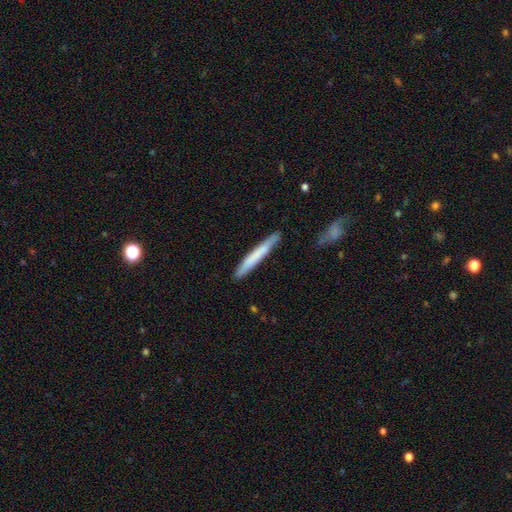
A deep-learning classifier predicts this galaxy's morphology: smooth_or_featured: smooth (p=0.66) [alt: featured or disk p=0.28]
how_rounded: cigar-shaped (p=0.96) [alt: in between p=0.02]
merging: none (p=0.86) [alt: minor disturbance p=0.10]